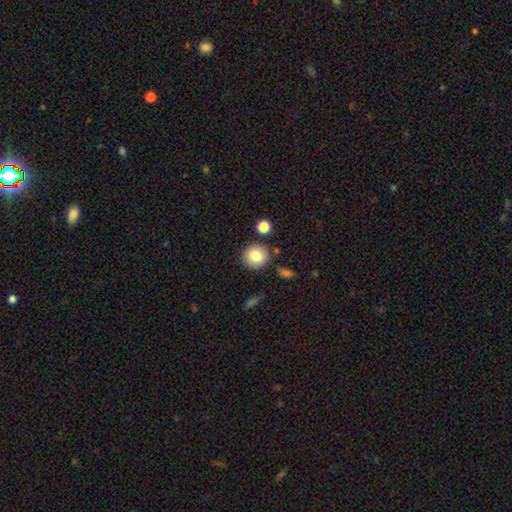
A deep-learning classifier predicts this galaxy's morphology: Overall: smooth (80%). How rounded: round (90%). Merging: none (84%).